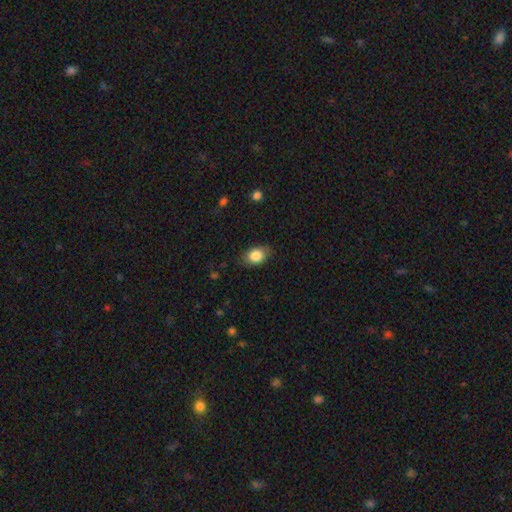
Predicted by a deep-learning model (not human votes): The model was most divided on "how rounded": in between: 70%, round: 29%, cigar-shaped: 1%. More confident: smooth or featured — smooth (85%); merging — none (80%).